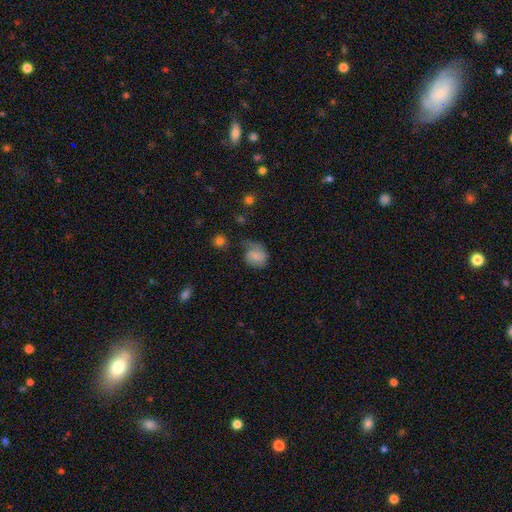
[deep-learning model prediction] smooth 73%, featured or disk 18%, star or artifact 9%. Down the decision tree: how rounded — round (61%); merging — none (42%).